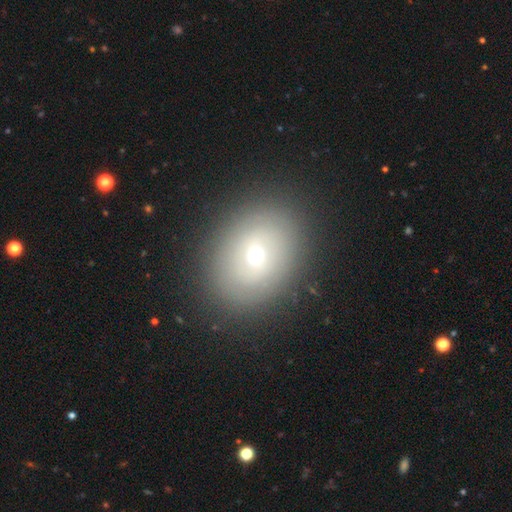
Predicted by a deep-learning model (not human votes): A smooth galaxy with no disk features (55%) that is in between round and cigar-shaped (56%).

Vote fractions:
- Smooth or featured? smooth: 55% / featured or disk: 32% / star or artifact: 13%
- How rounded? in between: 56% / round: 43% / cigar-shaped: 1%
- Merging? none: 86% / minor disturbance: 9% / major disturbance: 4% / merger: 1%